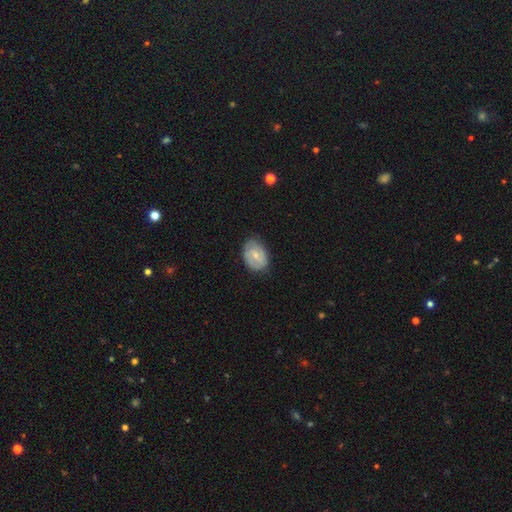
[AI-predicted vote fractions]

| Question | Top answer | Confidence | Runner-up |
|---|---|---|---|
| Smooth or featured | featured or disk | 52% | smooth (41%) |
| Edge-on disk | no | 96% | yes (4%) |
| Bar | no | 51% | weak (41%) |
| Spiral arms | yes | 72% | no (28%) |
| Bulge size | small | 55% | moderate (41%) |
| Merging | none | 72% | minor disturbance (22%) |